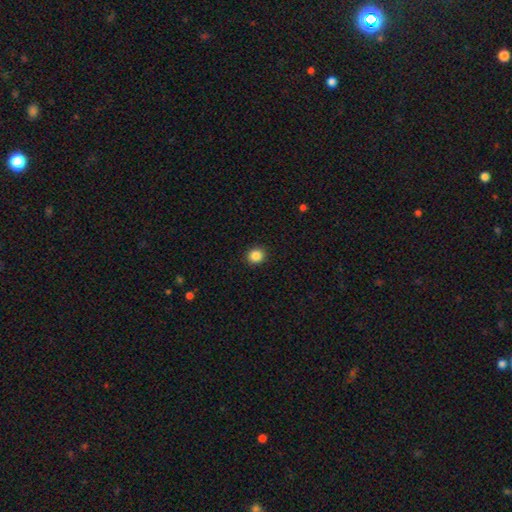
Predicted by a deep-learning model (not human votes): smooth 87%, star or artifact 10%, featured or disk 3%. Down the decision tree: how rounded — round (86%); merging — none (92%).